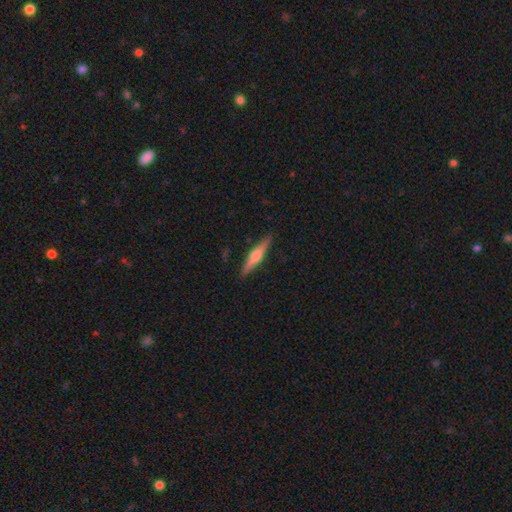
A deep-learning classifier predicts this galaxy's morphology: Smooth or featured? featured or disk (65%)
Edge-on disk? yes (98%)
Edge-on bulge? rounded (87%)
Merging? none (90%)